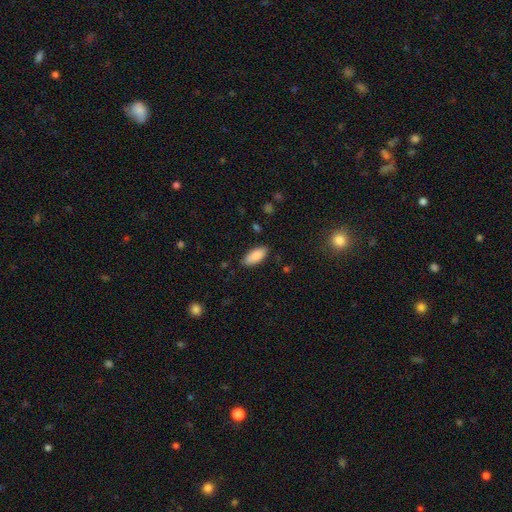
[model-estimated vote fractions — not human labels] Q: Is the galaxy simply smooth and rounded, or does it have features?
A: smooth — 88%.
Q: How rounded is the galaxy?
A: in between — 88%.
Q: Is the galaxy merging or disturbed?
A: none — 84%.